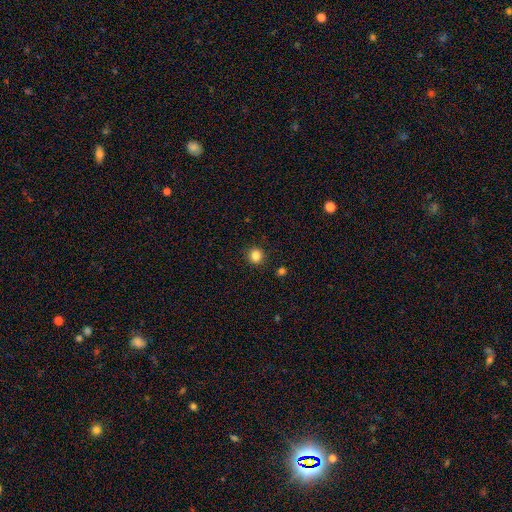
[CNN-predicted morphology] The model was most divided on "smooth or featured": smooth: 84%, star or artifact: 12%, featured or disk: 4%. More confident: how rounded — round (93%); merging — none (91%).